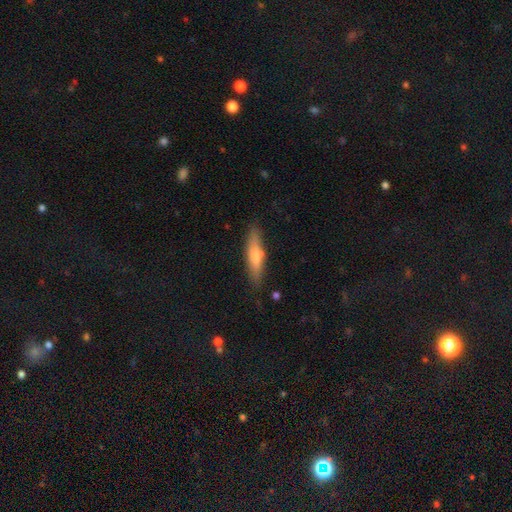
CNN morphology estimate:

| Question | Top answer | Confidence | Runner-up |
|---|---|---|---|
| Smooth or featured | smooth | 62% | featured or disk (31%) |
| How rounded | cigar-shaped | 76% | in between (22%) |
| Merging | none | 78% | minor disturbance (15%) |